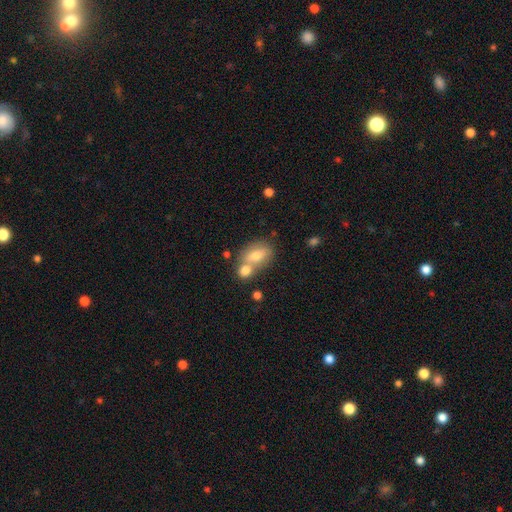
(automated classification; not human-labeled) The model was most divided on "merging": none: 44%, merger: 41%, minor disturbance: 11%, major disturbance: 4%. More confident: how rounded — in between (78%); smooth or featured — smooth (71%).